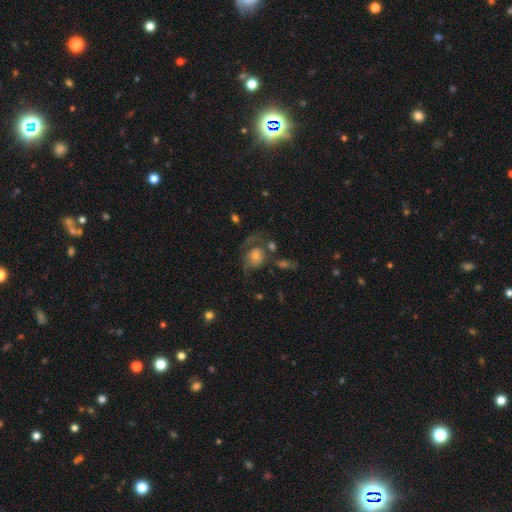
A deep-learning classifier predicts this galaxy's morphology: Smooth or featured? featured or disk (54%)
Edge-on disk? no (96%)
Bar? no (80%)
Spiral arms? yes (66%)
Bulge size? small (39%)
Merging? none (34%, tied with major disturbance)